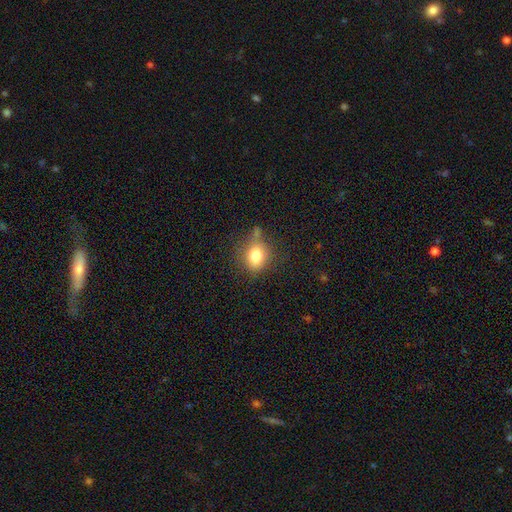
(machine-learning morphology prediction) Overall: smooth (80%). How rounded: round (54%; in between 45%). Merging: none (63%).